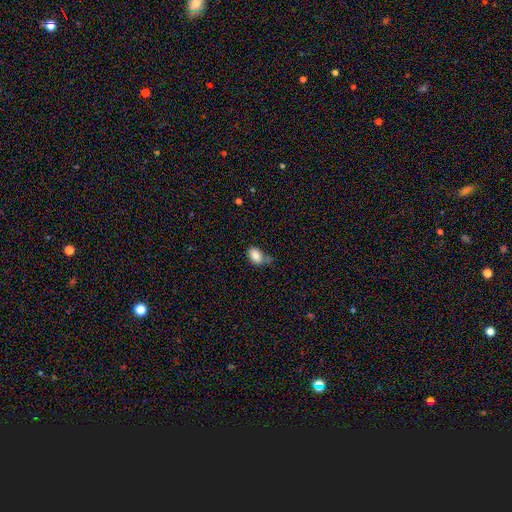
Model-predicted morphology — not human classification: Smooth or featured? Predicted: smooth (p=0.86). How rounded? Predicted: in between (p=0.87). Merging? Predicted: none (p=0.55).